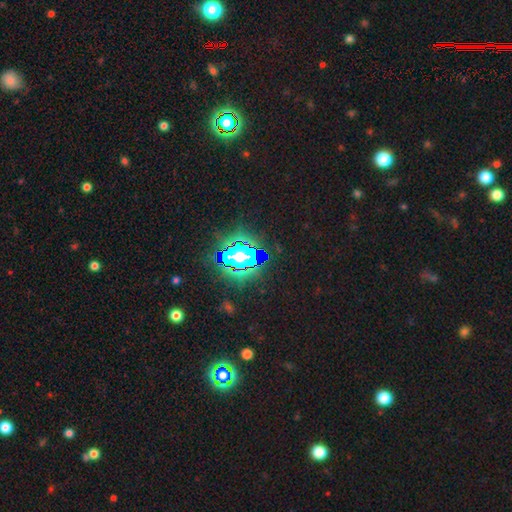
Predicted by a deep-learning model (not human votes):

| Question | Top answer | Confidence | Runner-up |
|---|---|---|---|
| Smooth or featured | star or artifact | 77% | smooth (13%) |